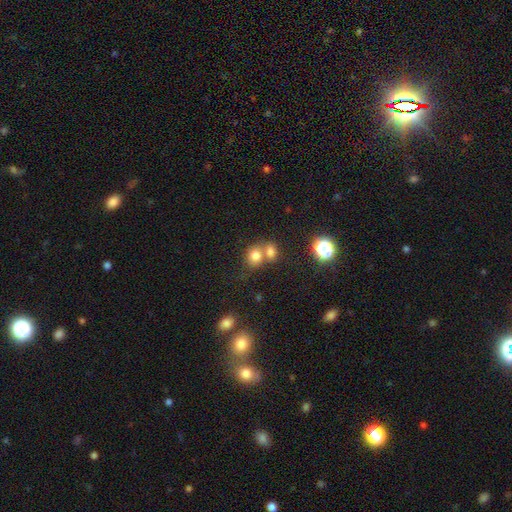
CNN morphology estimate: Smooth or featured: smooth — 77% (star or artifact — 14%)
How rounded: round — 63% (in between — 36%)
Merging: merger — 51% (none — 37%)